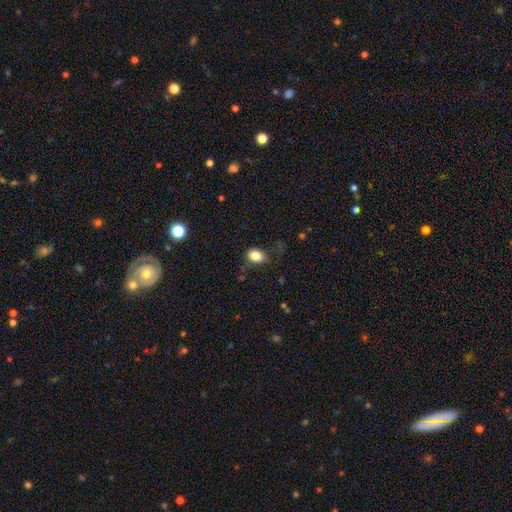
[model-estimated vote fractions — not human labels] Smooth or featured? Predicted: smooth (p=0.83). How rounded? Predicted: in between (p=0.69). Merging? Predicted: none (p=0.69).